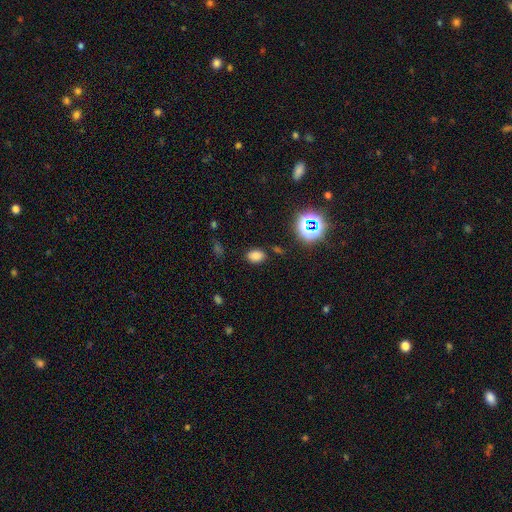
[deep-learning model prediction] This appears to be a smooth galaxy with no disk features (75%) that is in between round and cigar-shaped (78%). Merging: none (83%).